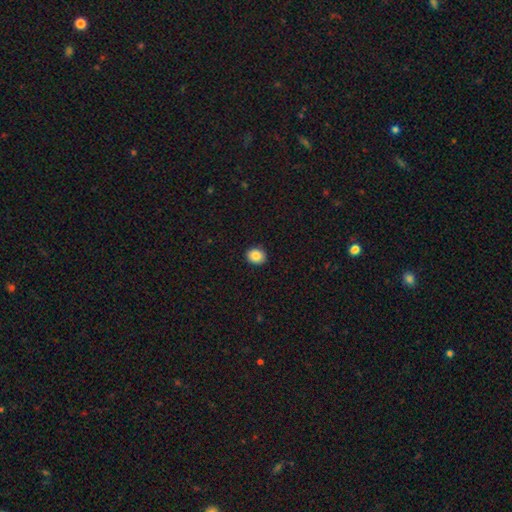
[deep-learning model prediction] A smooth galaxy with no disk features (86%) that is round (65%). Merging: none (91%).